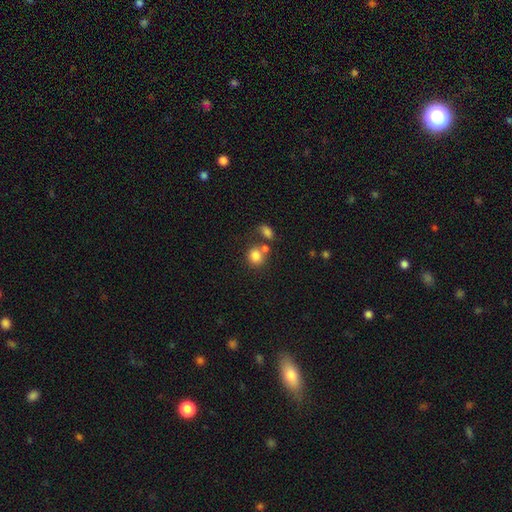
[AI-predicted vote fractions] Morphology: type=smooth (81%); roundness=round (76%); merging=none (53%).